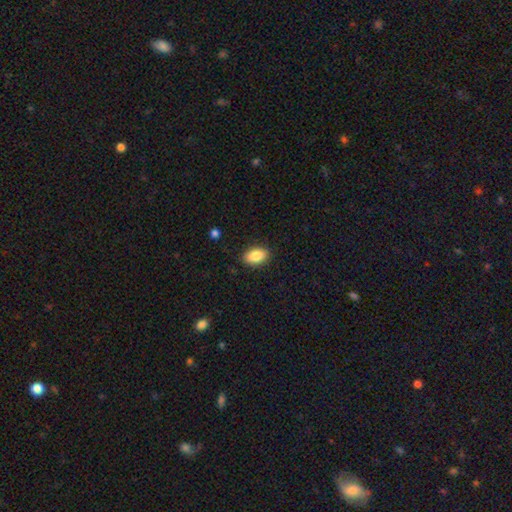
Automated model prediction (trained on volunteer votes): Morphology: type=smooth (87%); roundness=in between (91%); merging=none (88%).